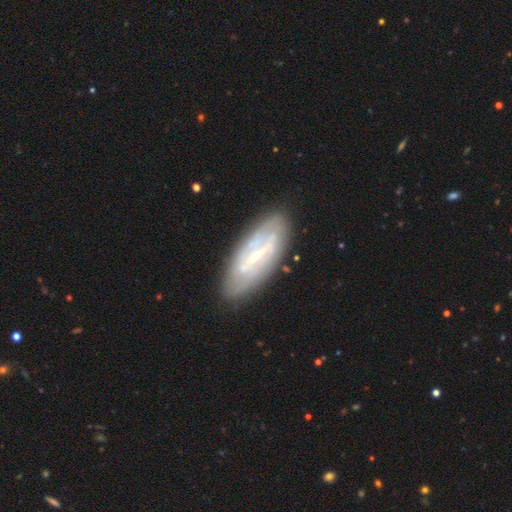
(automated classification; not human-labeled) This appears to be a featured or disk galaxy (68%) with a strong bar (52%), spiral arms (56%) and a small central bulge (59%). Merging: none (79%).